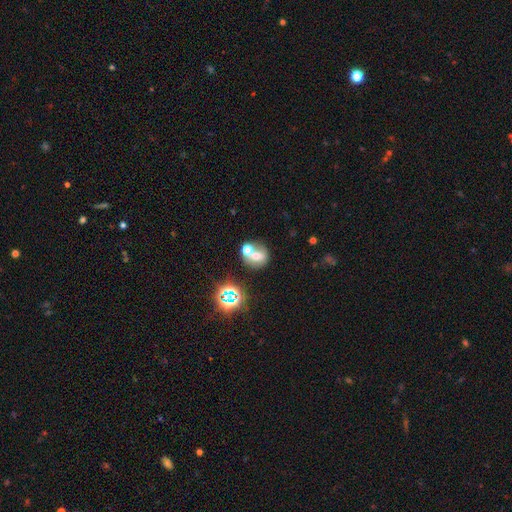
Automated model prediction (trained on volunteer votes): This is possibly a smooth galaxy (54%). How rounded: likely round (70%). Merging: possibly merger (50%).